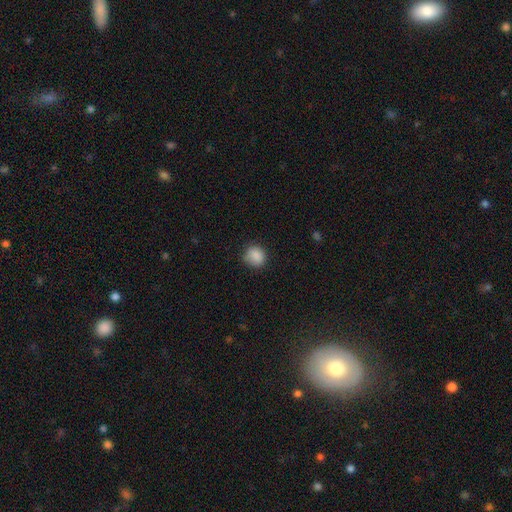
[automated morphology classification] Q: Smooth or featured?
A: smooth (87%); runner-up: star or artifact (9%)
Q: How rounded?
A: round (80%); runner-up: in between (19%)
Q: Merging?
A: none (77%); runner-up: minor disturbance (18%)